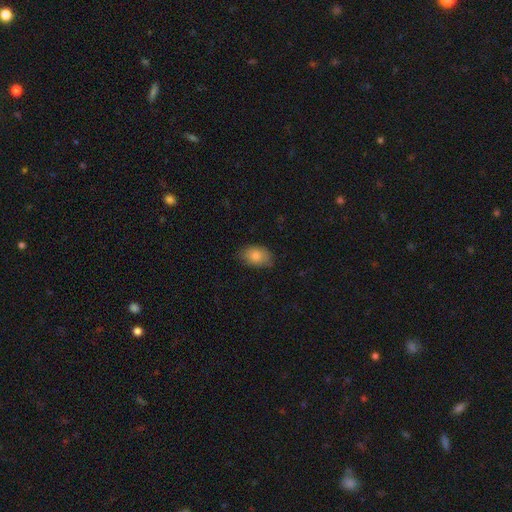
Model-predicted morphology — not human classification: Overall: smooth (82%). How rounded: in between (85%). Merging: none (76%).